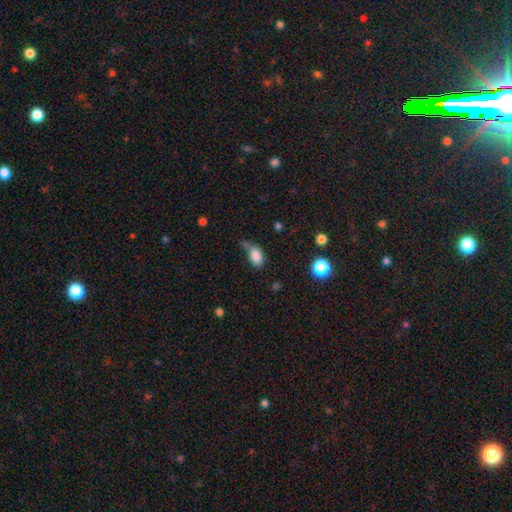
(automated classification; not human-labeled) smooth_or_featured: smooth (p=0.84) [alt: star or artifact p=0.09]
how_rounded: in between (p=0.84) [alt: round p=0.14]
merging: none (p=0.42) [alt: minor disturbance p=0.33]